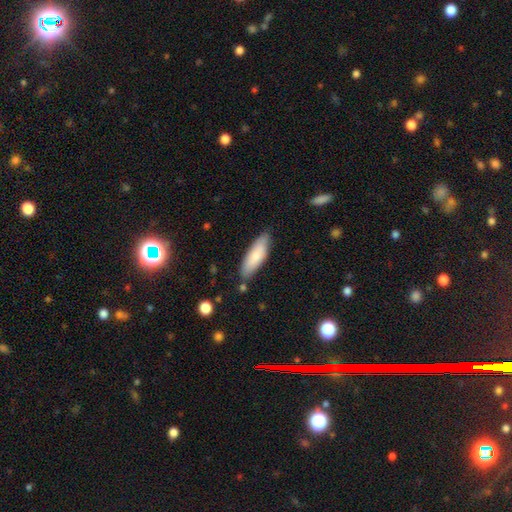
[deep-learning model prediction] A smooth galaxy with no disk features (82%) that is in between round and cigar-shaped (51%).

Vote fractions:
- Smooth or featured? smooth: 82% / featured or disk: 13% / star or artifact: 6%
- How rounded? in between: 51% / cigar-shaped: 47% / round: 1%
- Merging? none: 82% / minor disturbance: 13% / merger: 3% / major disturbance: 2%